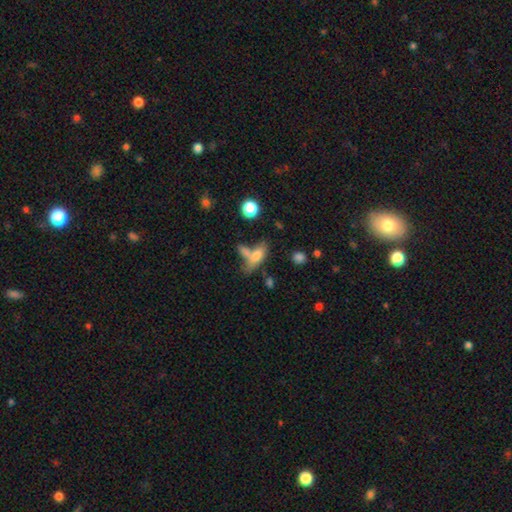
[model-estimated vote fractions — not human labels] This is likely a smooth galaxy (67%). How rounded: likely in between (64%). Merging: marginally none (38%).